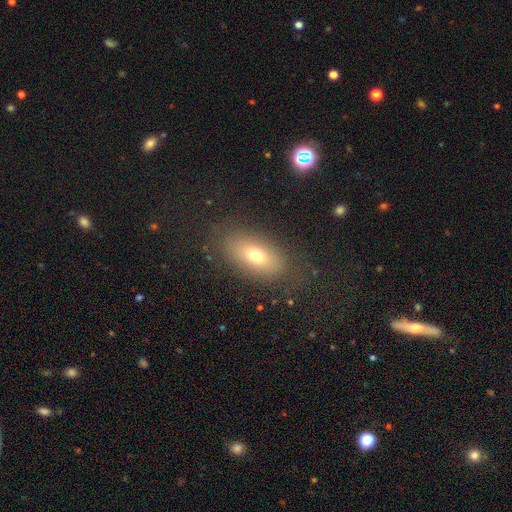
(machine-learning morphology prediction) This appears to be a smooth galaxy with no disk features (71%) that is in between round and cigar-shaped (85%). Merging: none (81%).